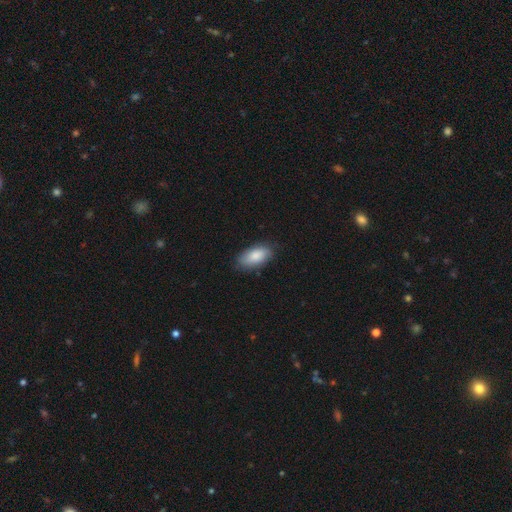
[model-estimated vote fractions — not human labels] smooth 84%, featured or disk 10%, star or artifact 6%. Down the decision tree: how rounded — in between (92%); merging — none (81%).